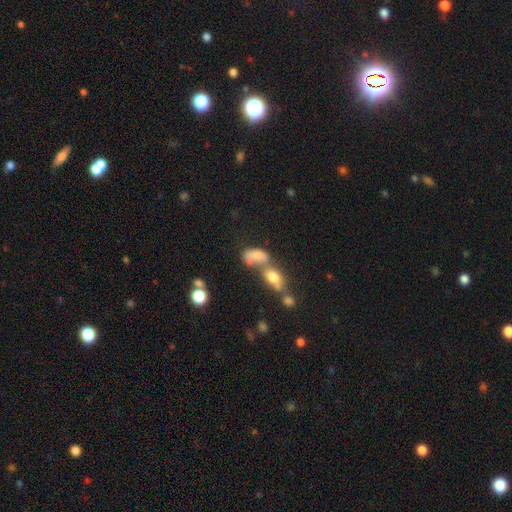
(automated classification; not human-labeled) A smooth galaxy with no disk features (71%) that is in between round and cigar-shaped (86%). Merging: merger (55%).